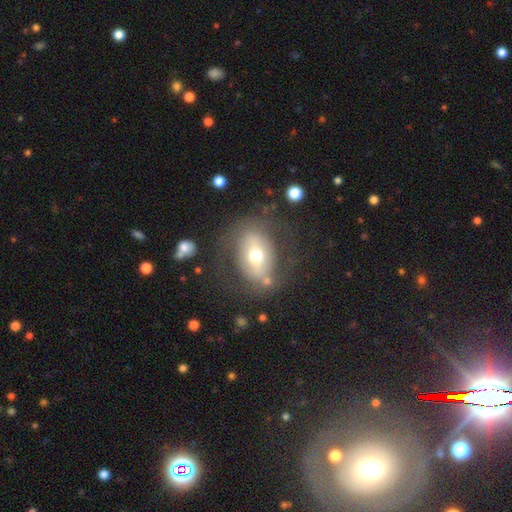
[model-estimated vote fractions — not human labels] Smooth or featured? Predicted: featured or disk (p=0.47). Merging? Predicted: none (p=0.68).